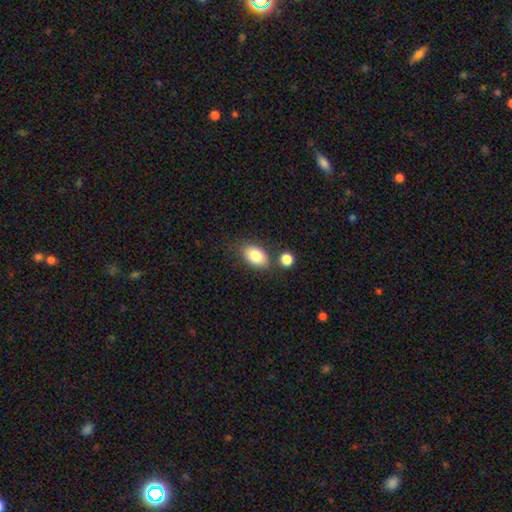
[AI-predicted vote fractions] Q: Smooth or featured?
A: smooth (83%); runner-up: featured or disk (10%)
Q: How rounded?
A: in between (86%); runner-up: round (12%)
Q: Merging?
A: none (69%); runner-up: minor disturbance (15%)